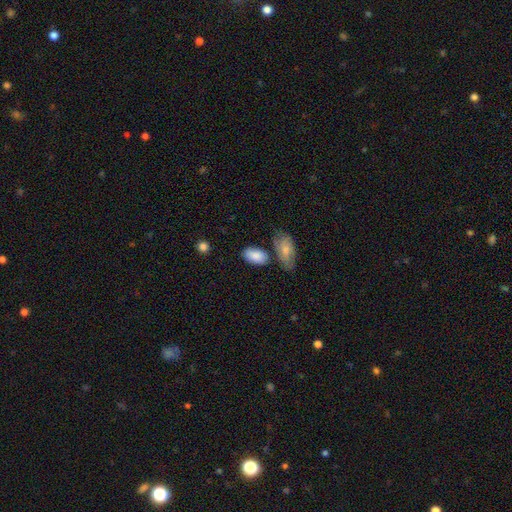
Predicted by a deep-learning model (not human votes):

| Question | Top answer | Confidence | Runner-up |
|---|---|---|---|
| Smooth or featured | smooth | 86% | featured or disk (8%) |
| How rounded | in between | 94% | round (4%) |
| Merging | none | 67% | minor disturbance (18%) |